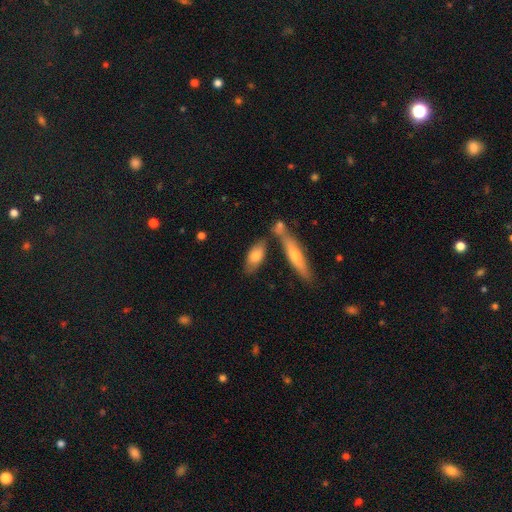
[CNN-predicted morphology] The model was most divided on "merging": none: 63%, merger: 18%, minor disturbance: 14%, major disturbance: 4%. More confident: how rounded — in between (75%); smooth or featured — smooth (70%).